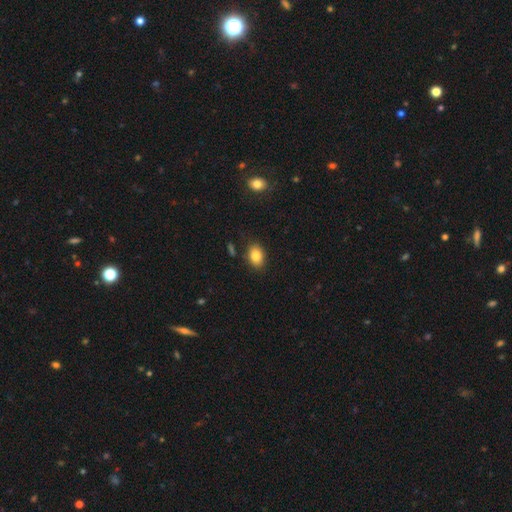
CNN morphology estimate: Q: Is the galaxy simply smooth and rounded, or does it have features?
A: smooth — 84%.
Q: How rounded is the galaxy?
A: in between — 78%.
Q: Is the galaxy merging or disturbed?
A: none — 83%.